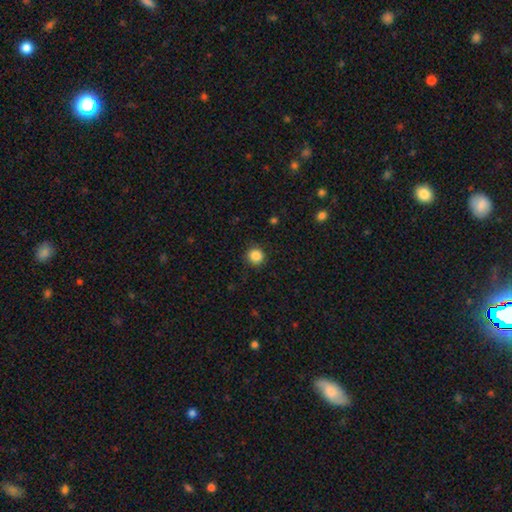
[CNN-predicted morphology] This is clearly a smooth galaxy (86%). How rounded: clearly round (91%). Merging: clearly none (89%).